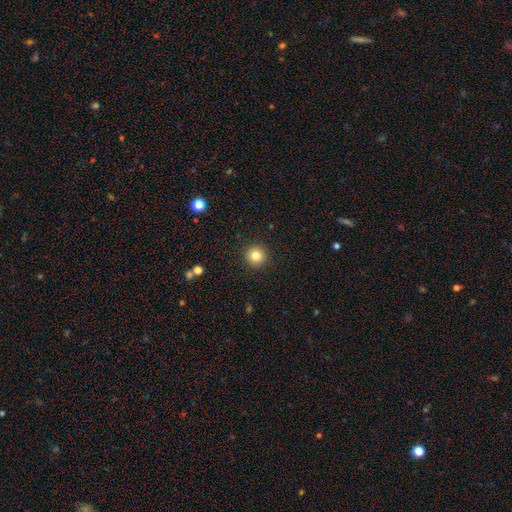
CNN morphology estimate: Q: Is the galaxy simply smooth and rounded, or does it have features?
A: smooth — 82%.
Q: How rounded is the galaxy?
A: round — 96%.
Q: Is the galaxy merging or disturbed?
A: none — 92%.